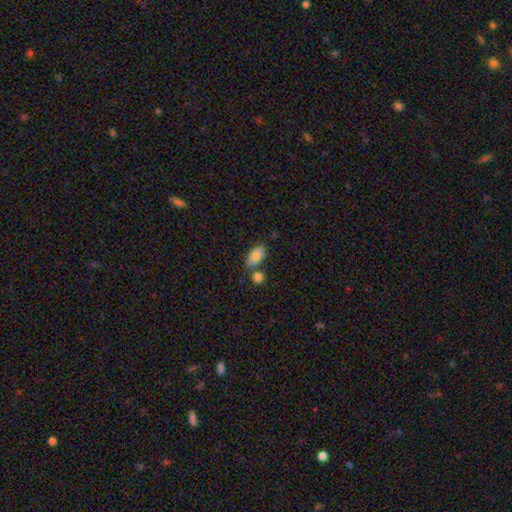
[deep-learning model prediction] The model was most divided on "merging": none: 60%, merger: 23%, minor disturbance: 13%, major disturbance: 3%. More confident: how rounded — in between (91%); smooth or featured — smooth (80%).